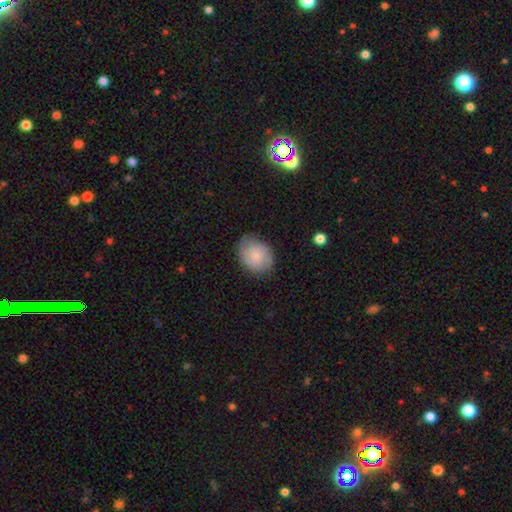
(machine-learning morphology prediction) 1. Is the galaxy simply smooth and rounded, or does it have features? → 55% smooth, 37% featured or disk, 7% star or artifact.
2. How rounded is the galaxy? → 52% in between, 47% round, 1% cigar-shaped.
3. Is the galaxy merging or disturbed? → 72% none, 21% minor disturbance, 6% major disturbance, 1% merger.